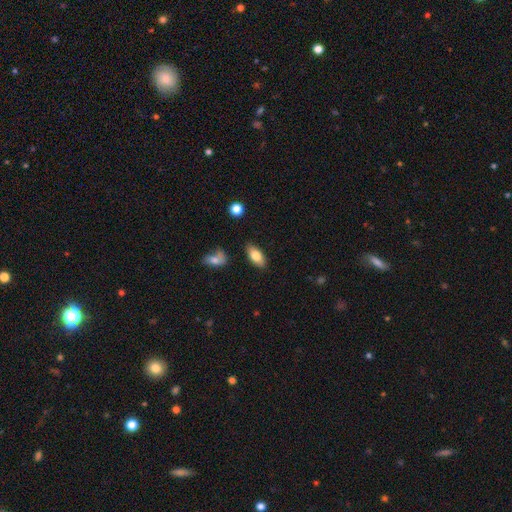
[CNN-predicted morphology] This is likely a smooth galaxy (79%). How rounded: clearly in between (88%). Merging: clearly none (84%).